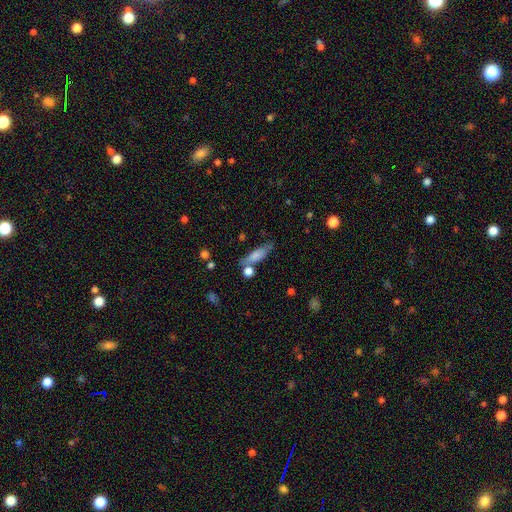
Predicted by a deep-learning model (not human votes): The model was most divided on "how rounded": cigar-shaped: 56%, in between: 40%, round: 3%. More confident: smooth or featured — smooth (73%); merging — none (64%).